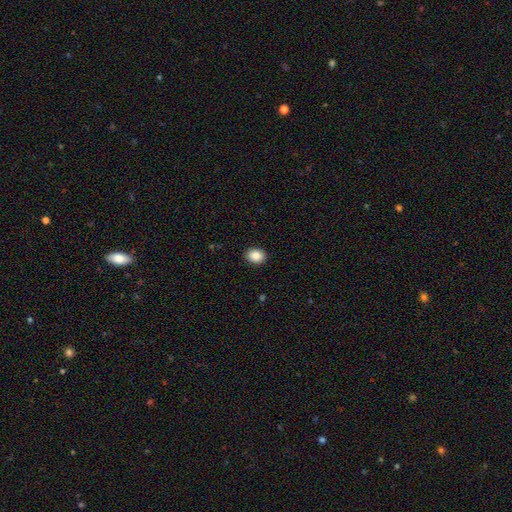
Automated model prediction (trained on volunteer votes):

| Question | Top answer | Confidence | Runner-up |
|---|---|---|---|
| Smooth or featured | smooth | 88% | star or artifact (8%) |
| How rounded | in between | 58% | round (41%) |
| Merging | none | 91% | minor disturbance (6%) |